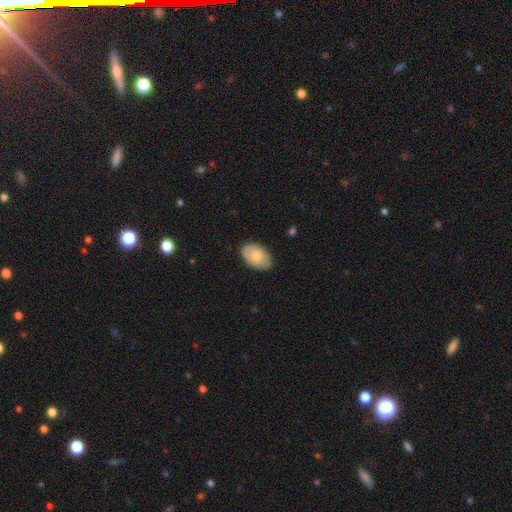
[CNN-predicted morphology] smooth 72%, featured or disk 22%, star or artifact 6%. Down the decision tree: how rounded — in between (90%); merging — none (77%).